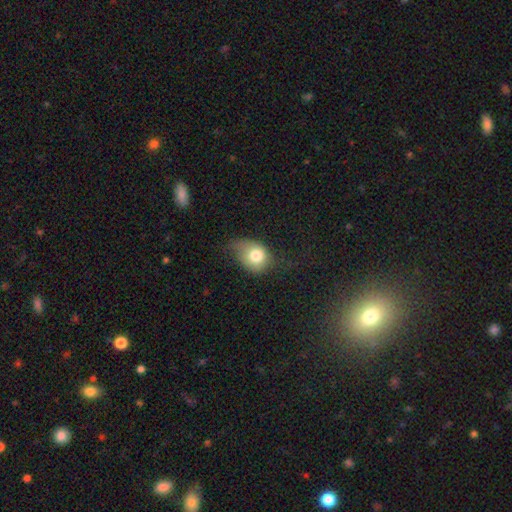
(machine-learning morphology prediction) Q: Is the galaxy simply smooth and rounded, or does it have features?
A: smooth — 76%.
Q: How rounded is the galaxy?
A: in between — 54%.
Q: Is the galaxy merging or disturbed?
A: minor disturbance — 41%.